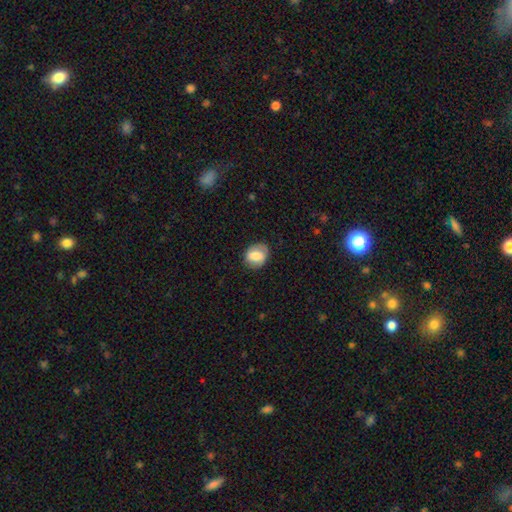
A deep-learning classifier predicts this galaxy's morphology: Smooth or featured? Predicted: smooth (p=0.67). How rounded? Predicted: round (p=0.52). Merging? Predicted: none (p=0.77).